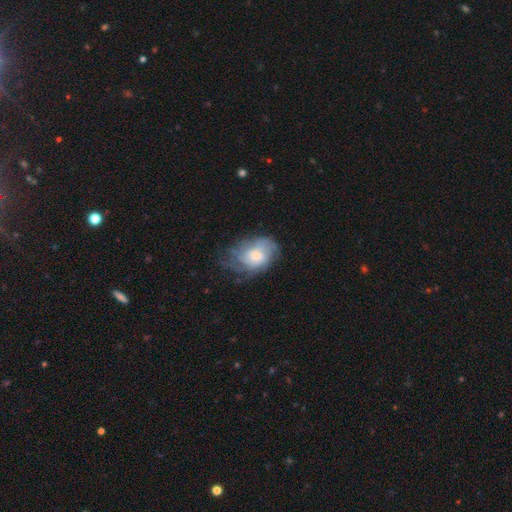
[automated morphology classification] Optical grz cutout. It shows a featured or disk galaxy (58%) with no bar (70%), spiral arms (78%) and a moderate central bulge (48%). Merging: none (49%).